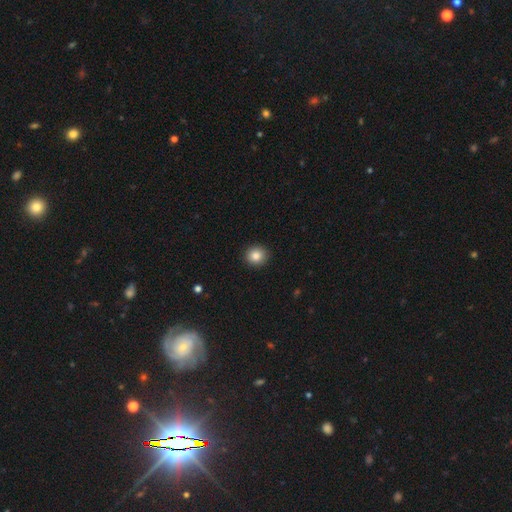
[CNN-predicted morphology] The model was most divided on "smooth or featured": smooth: 84%, star or artifact: 10%, featured or disk: 6%. More confident: merging — none (92%); how rounded — round (88%).